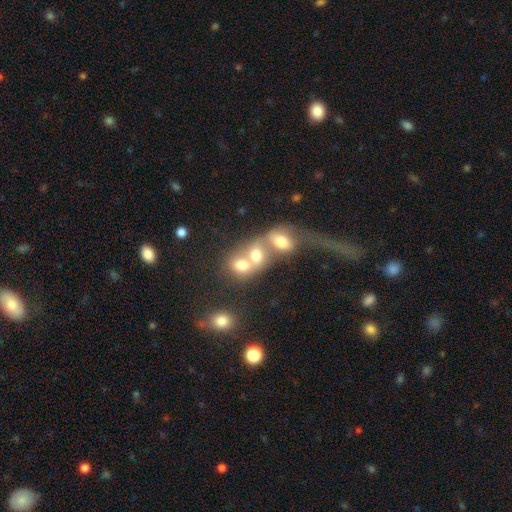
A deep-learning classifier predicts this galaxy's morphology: Smooth or featured? Predicted: smooth (p=0.43). Merging? Predicted: merger (p=0.69).